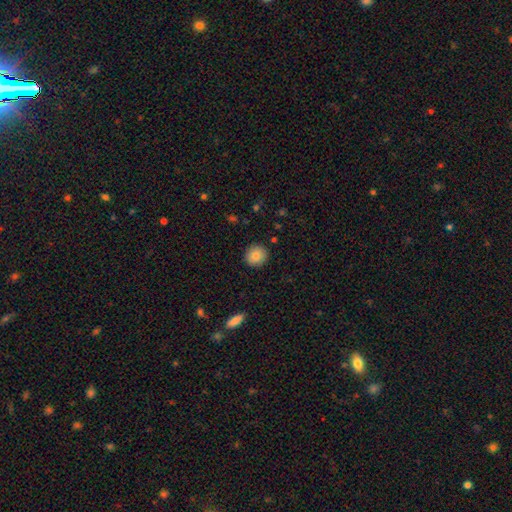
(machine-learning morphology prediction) Q: Smooth or featured?
A: smooth (82%); runner-up: star or artifact (9%)
Q: How rounded?
A: round (91%); runner-up: in between (8%)
Q: Merging?
A: none (91%); runner-up: minor disturbance (6%)